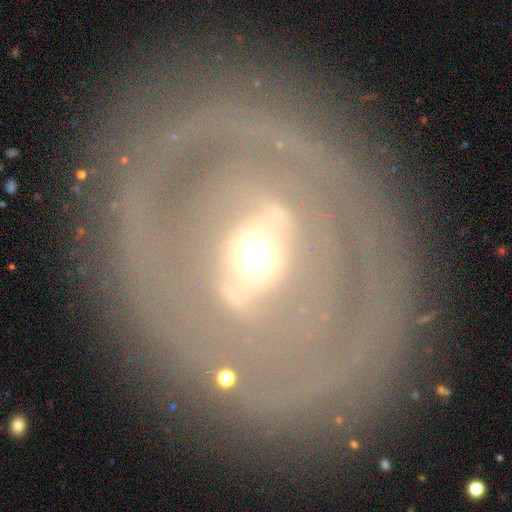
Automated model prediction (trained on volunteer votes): Smooth or featured?
  - featured or disk: 79% *
  - smooth: 14%
  - star or artifact: 6%
Edge-on disk?
  - no: 92% *
  - yes: 8%
Bar?
  - strong: 37% *
  - no: 32%
  - weak: 31%
Spiral arms?
  - no: 53% *
  - yes: 47%
Bulge size?
  - moderate: 60% *
  - small: 29%
  - large: 8%
  - dominant: 2%
  - none: 1%
Merging?
  - none: 74% *
  - minor disturbance: 13%
  - major disturbance: 10%
  - merger: 3%